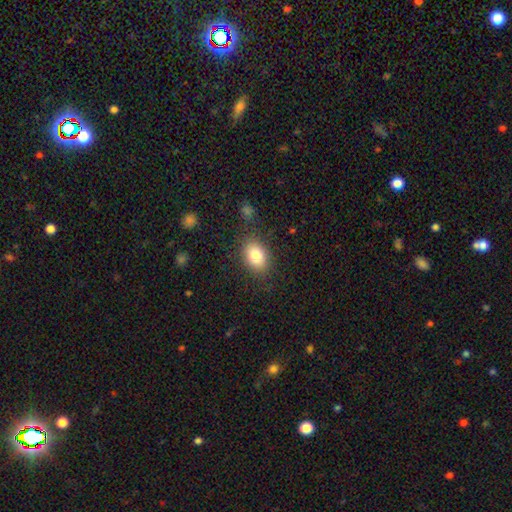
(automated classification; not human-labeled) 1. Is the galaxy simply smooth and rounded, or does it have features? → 81% smooth, 10% featured or disk, 9% star or artifact.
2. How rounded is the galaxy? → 74% in between, 25% round, 1% cigar-shaped.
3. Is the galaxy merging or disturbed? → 82% none, 12% minor disturbance, 4% major disturbance, 2% merger.